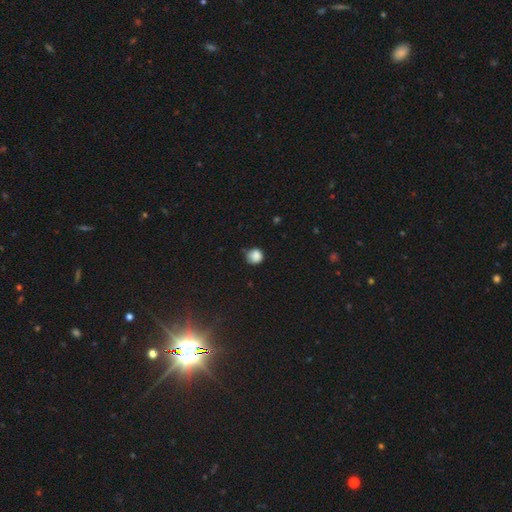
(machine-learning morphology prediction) type=smooth (86%); roundness=round (90%); merging=none (66%).